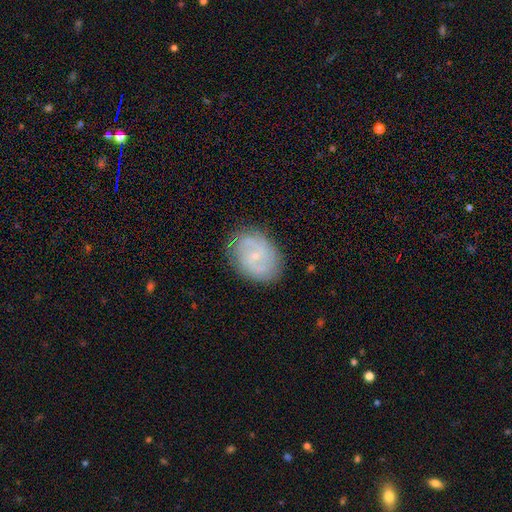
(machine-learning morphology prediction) featured or disk 63%, smooth 30%, star or artifact 8%. Down the decision tree: edge-on disk — no (97%); bar — no (56%); spiral arms — yes (82%); bulge size — small (79%); merging — none (79%).